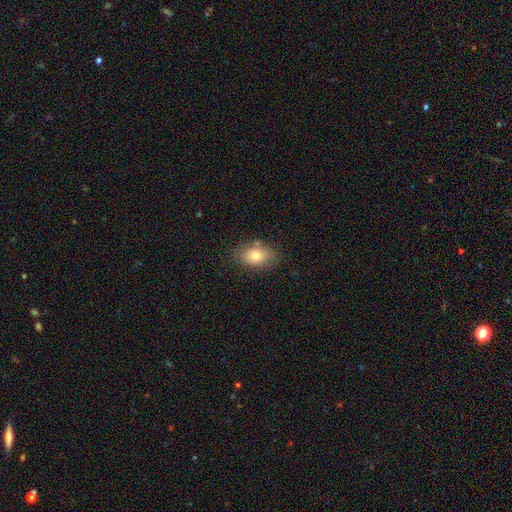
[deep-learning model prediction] This is likely a smooth galaxy (76%). How rounded: clearly in between (83%). Merging: likely none (78%).